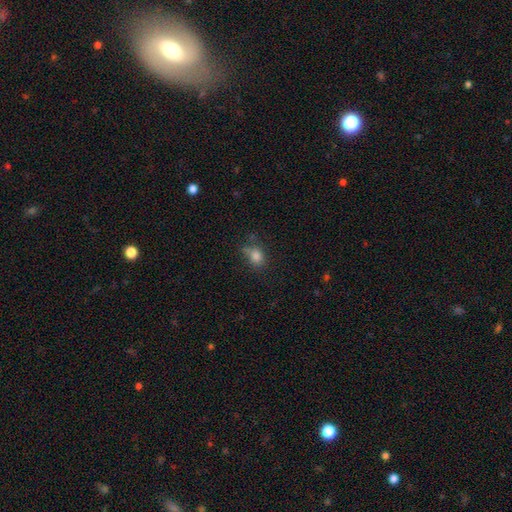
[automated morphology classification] A smooth galaxy with no disk features (80%) that is in between round and cigar-shaped (54%).

Vote fractions:
- Smooth or featured? smooth: 80% / star or artifact: 12% / featured or disk: 8%
- How rounded? in between: 54% / round: 44% / cigar-shaped: 2%
- Merging? none: 56% / minor disturbance: 28% / major disturbance: 10% / merger: 6%